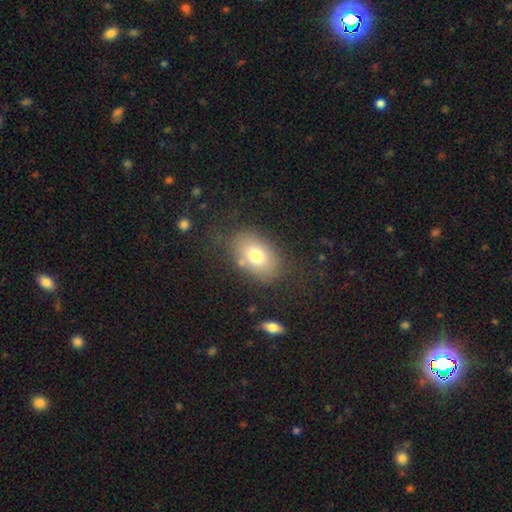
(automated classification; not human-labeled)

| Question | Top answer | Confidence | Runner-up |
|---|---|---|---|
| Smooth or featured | smooth | 73% | featured or disk (17%) |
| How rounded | in between | 84% | round (15%) |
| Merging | none | 73% | minor disturbance (16%) |